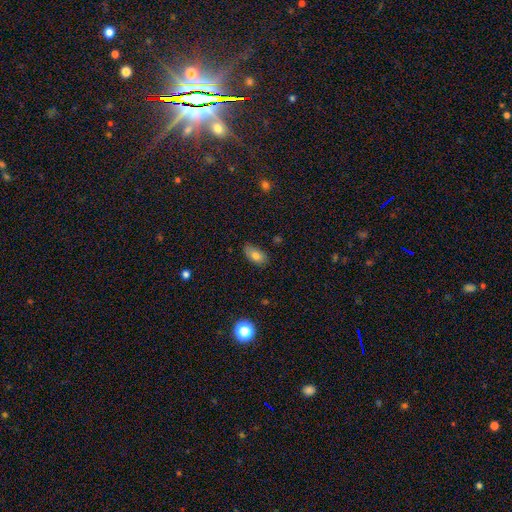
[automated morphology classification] Smooth or featured?
  - smooth: 76% *
  - featured or disk: 14%
  - star or artifact: 10%
How rounded?
  - in between: 90% *
  - round: 7%
  - cigar-shaped: 4%
Merging?
  - none: 73% *
  - minor disturbance: 22%
  - major disturbance: 4%
  - merger: 2%